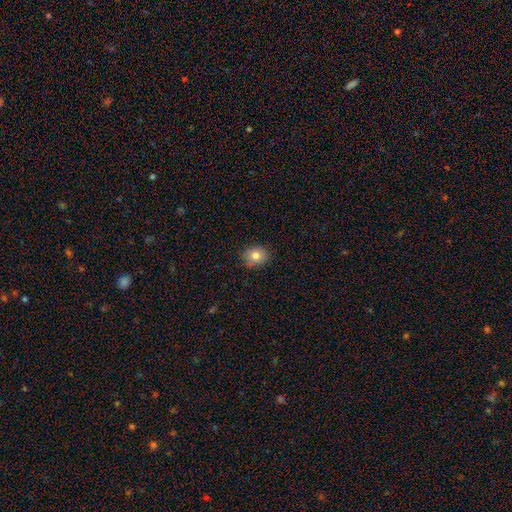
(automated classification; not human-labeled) Morphology: type=smooth (81%); roundness=round (67%); merging=none (84%).